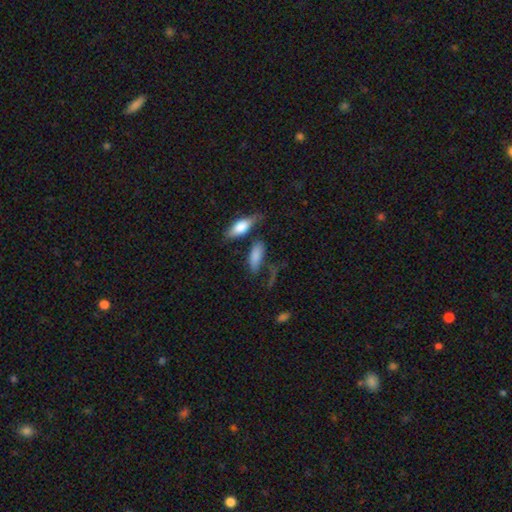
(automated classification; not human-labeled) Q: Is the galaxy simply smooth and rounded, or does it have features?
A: smooth — 80%.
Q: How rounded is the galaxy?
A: in between — 69%.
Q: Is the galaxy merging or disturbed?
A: none — 53%.